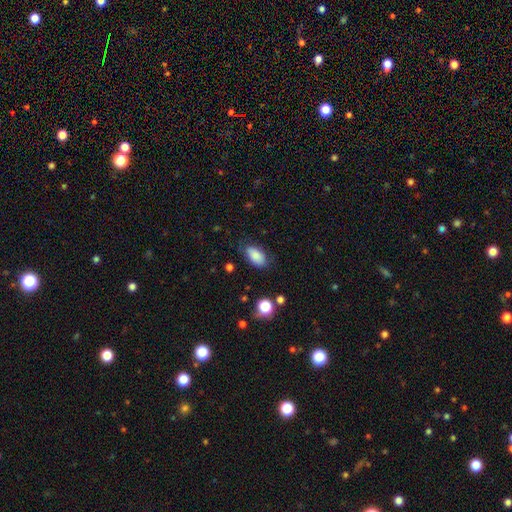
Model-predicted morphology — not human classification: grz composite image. It shows a smooth galaxy with no disk features (85%) that is in between round and cigar-shaped (92%). Merging: none (76%).